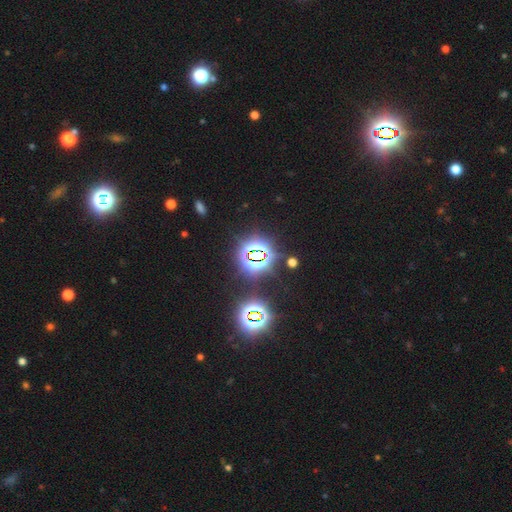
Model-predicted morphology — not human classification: star or artifact 81%, smooth 12%, featured or disk 7%.